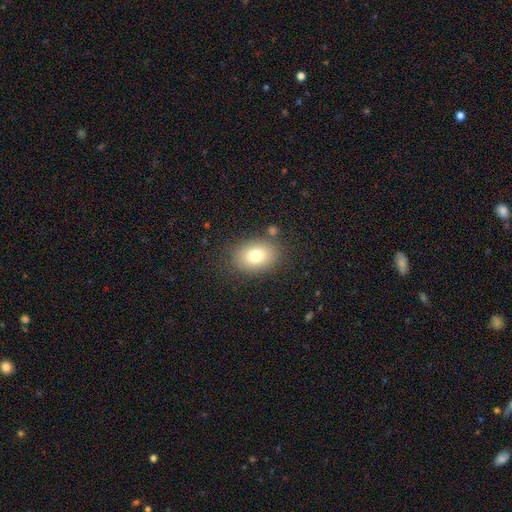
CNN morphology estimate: smooth 78%, featured or disk 12%, star or artifact 10%. Down the decision tree: how rounded — in between (71%); merging — none (80%).